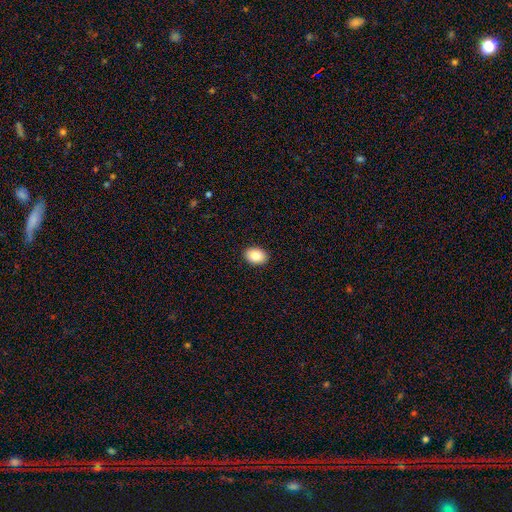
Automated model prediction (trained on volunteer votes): A smooth galaxy with no disk features (87%) that is in between round and cigar-shaped (74%). Merging: none (91%).